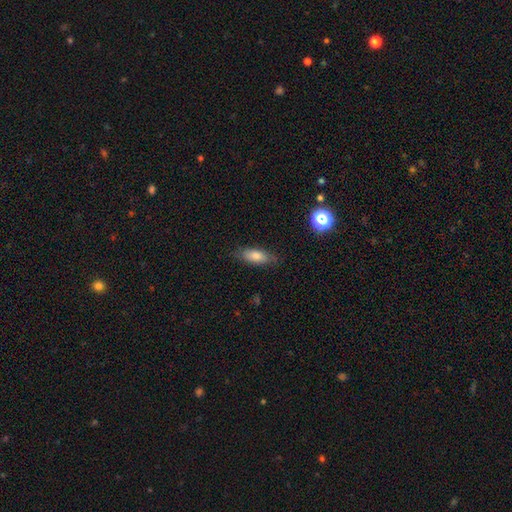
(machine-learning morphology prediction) This is likely a smooth galaxy (70%). How rounded: likely in between (67%). Merging: clearly none (81%).